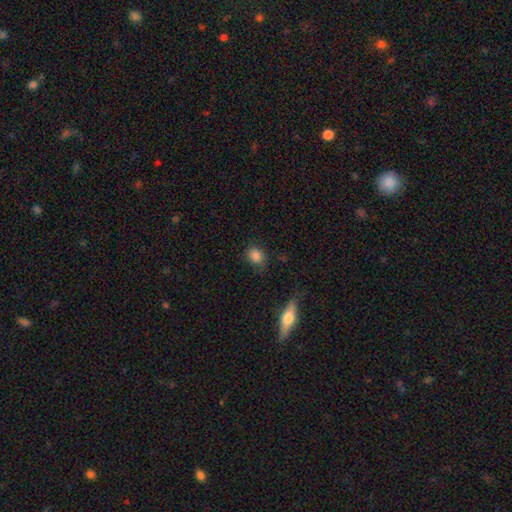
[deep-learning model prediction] A smooth galaxy with no disk features (84%) that is round (57%). Merging: none (77%).